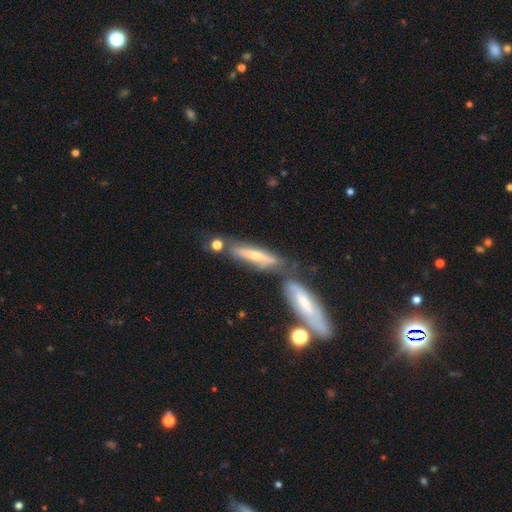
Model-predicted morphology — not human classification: The model was most divided on "smooth or featured": featured or disk: 51%, smooth: 42%, star or artifact: 7%. Remaining: edge-on disk — yes (75%); merging — none (49%).